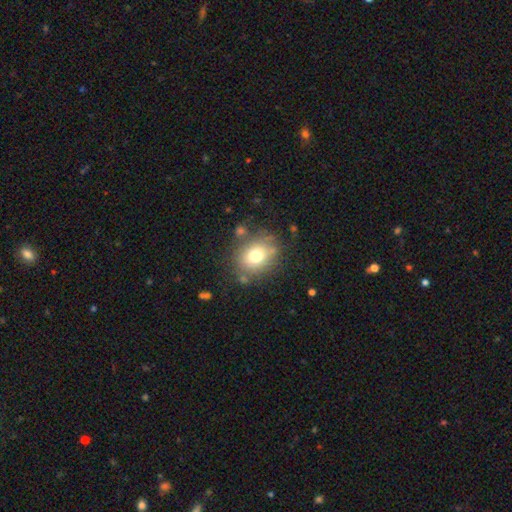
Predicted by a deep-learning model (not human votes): Q: Smooth or featured?
A: smooth (73%); runner-up: featured or disk (15%)
Q: How rounded?
A: round (60%); runner-up: in between (39%)
Q: Merging?
A: none (75%); runner-up: minor disturbance (14%)